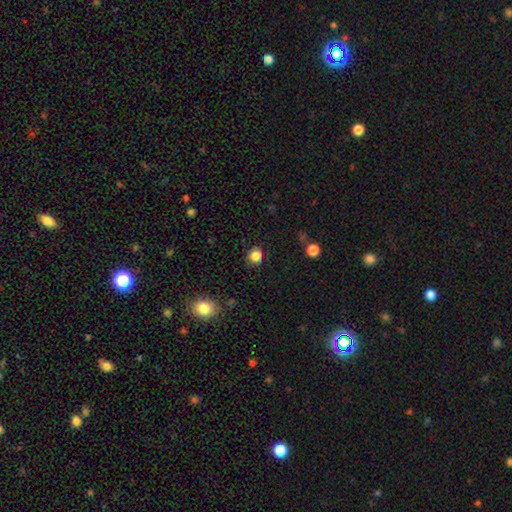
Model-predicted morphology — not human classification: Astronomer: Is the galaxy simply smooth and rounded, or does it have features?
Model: smooth — 85%.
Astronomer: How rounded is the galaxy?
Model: round — 85%.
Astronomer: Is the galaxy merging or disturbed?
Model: none — 87%.